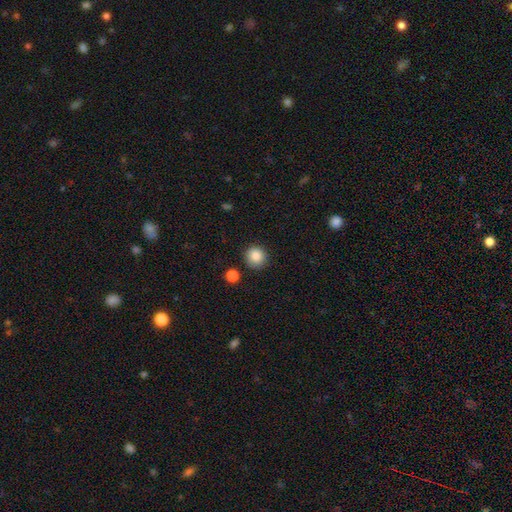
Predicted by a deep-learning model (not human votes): Overall: smooth (86%). How rounded: round (93%). Merging: none (89%).